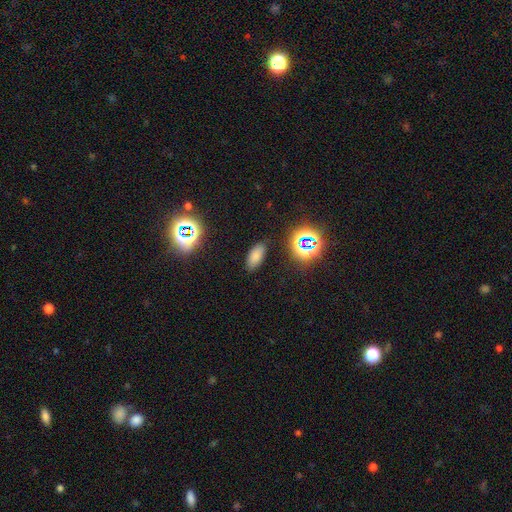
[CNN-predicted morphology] Smooth or featured? smooth (73%)
How rounded? in between (88%)
Merging? none (85%)